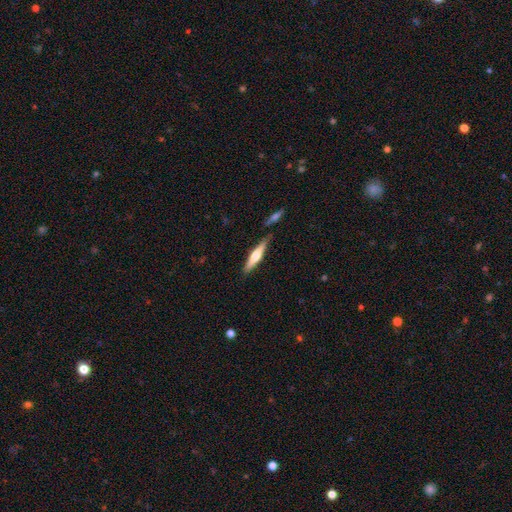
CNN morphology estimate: featured or disk 48%, smooth 46%, star or artifact 5%. Down the decision tree: merging — none (78%).